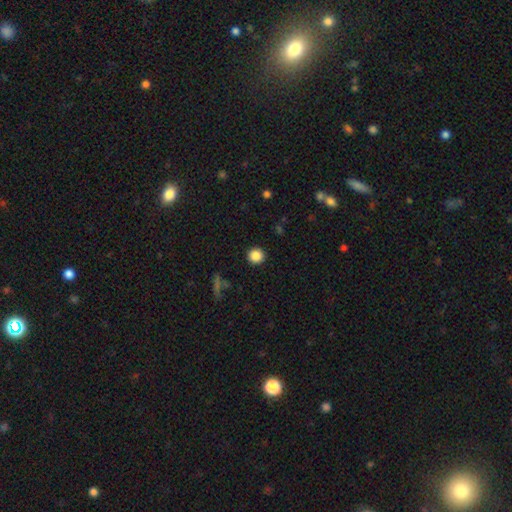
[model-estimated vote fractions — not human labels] Smooth or featured?
  - smooth: 86% *
  - star or artifact: 10%
  - featured or disk: 3%
How rounded?
  - round: 92% *
  - in between: 7%
  - cigar-shaped: 1%
Merging?
  - none: 91% *
  - minor disturbance: 5%
  - major disturbance: 2%
  - merger: 1%